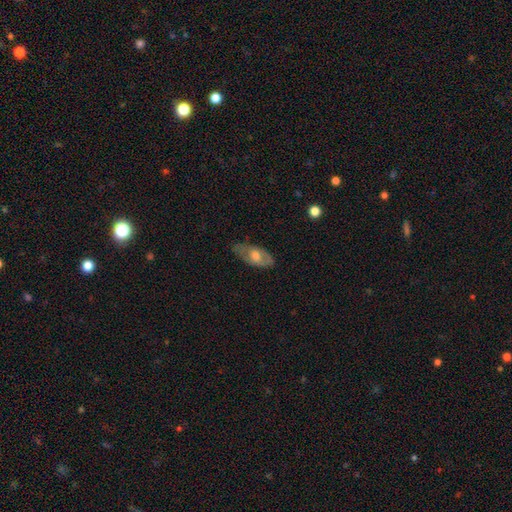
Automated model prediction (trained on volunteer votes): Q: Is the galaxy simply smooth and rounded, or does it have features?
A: smooth — 50%.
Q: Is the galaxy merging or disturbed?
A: none — 71%.